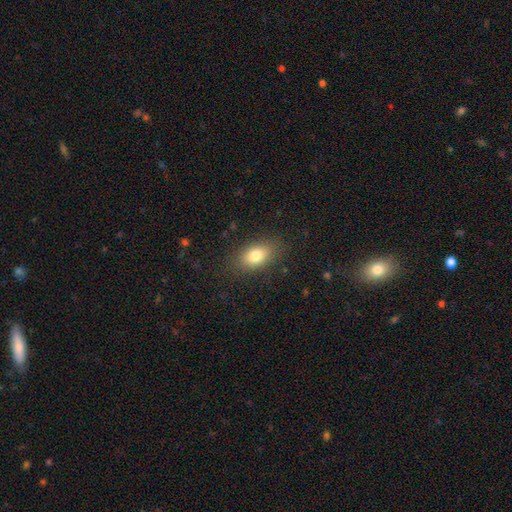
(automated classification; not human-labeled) A smooth galaxy with no disk features (80%) that is in between round and cigar-shaped (86%). Merging: none (84%).